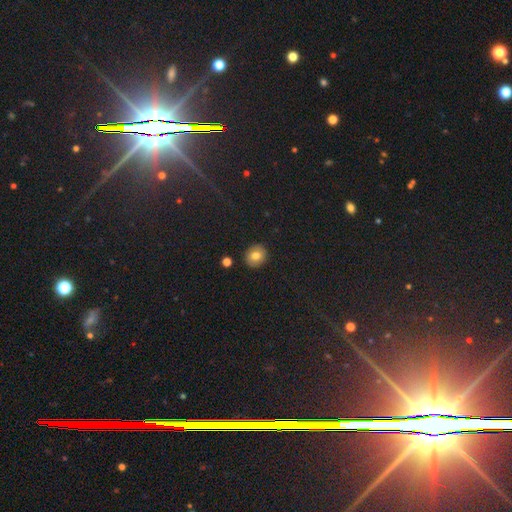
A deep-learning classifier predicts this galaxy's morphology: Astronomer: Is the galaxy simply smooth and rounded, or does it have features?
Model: smooth — 79%.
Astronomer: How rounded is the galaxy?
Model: round — 80%.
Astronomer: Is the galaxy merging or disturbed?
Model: none — 90%.